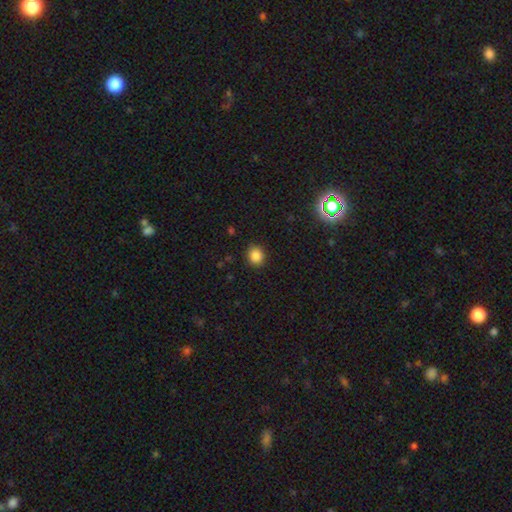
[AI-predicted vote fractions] Q: Smooth or featured?
A: smooth (85%); runner-up: star or artifact (11%)
Q: How rounded?
A: round (77%); runner-up: in between (22%)
Q: Merging?
A: none (88%); runner-up: minor disturbance (9%)